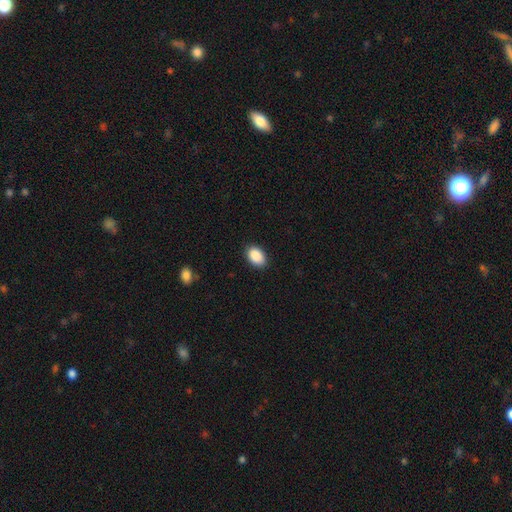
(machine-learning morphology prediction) A smooth galaxy with no disk features (90%) that is in between round and cigar-shaped (88%). Merging: none (88%).